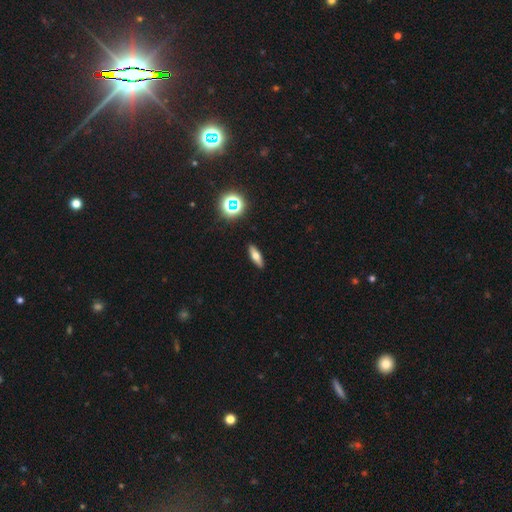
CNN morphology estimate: A smooth galaxy with no disk features (57%) that is in between round and cigar-shaped (50%). Merging: none (90%).